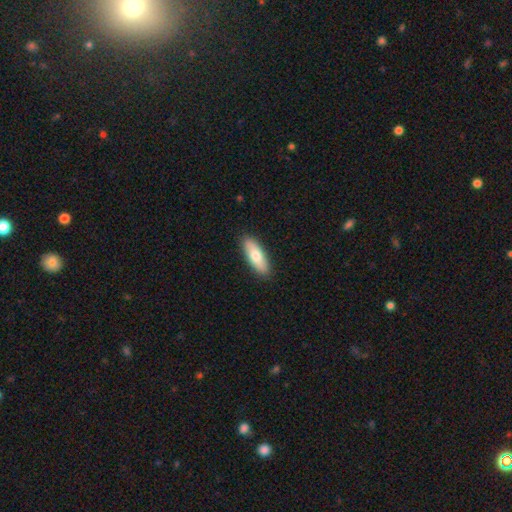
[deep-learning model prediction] Q: Smooth or featured?
A: smooth (76%); runner-up: featured or disk (19%)
Q: How rounded?
A: in between (64%); runner-up: cigar-shaped (34%)
Q: Merging?
A: none (90%); runner-up: minor disturbance (8%)